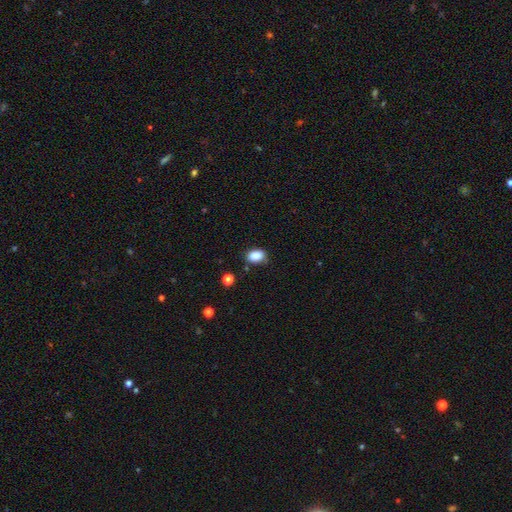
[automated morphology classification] Smooth or featured? smooth (87%)
How rounded? in between (80%)
Merging? none (76%)